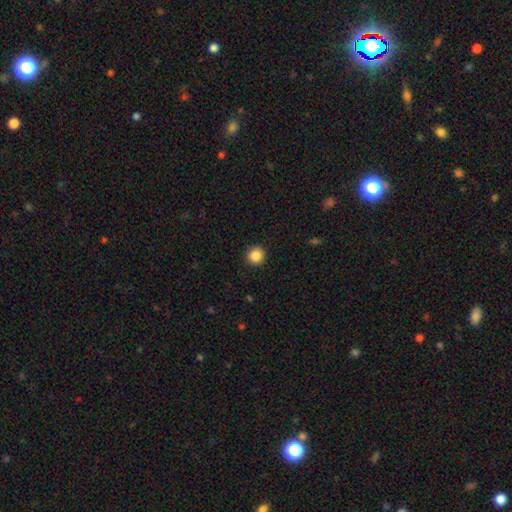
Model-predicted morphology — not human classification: Q: Smooth or featured?
A: smooth (87%); runner-up: star or artifact (10%)
Q: How rounded?
A: round (95%); runner-up: in between (4%)
Q: Merging?
A: none (92%); runner-up: minor disturbance (5%)